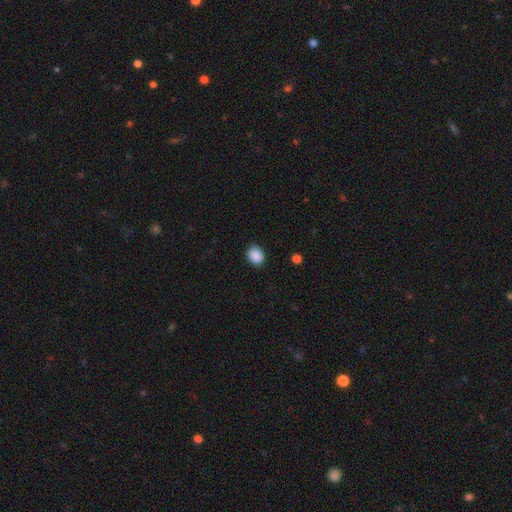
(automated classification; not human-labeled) Q: Smooth or featured?
A: smooth (89%); runner-up: star or artifact (8%)
Q: How rounded?
A: in between (51%); runner-up: round (48%)
Q: Merging?
A: none (85%); runner-up: minor disturbance (11%)